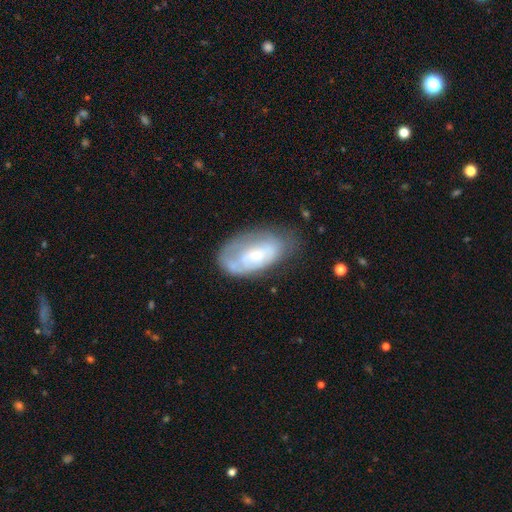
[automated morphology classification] This appears to be a featured or disk galaxy (52%). Merging: none (51%).